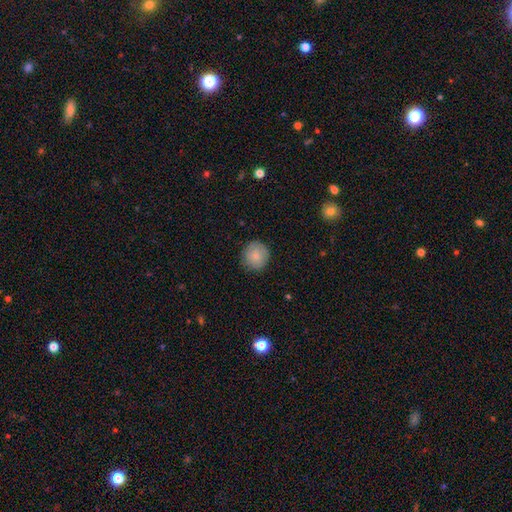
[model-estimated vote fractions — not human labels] Q: Smooth or featured?
A: smooth (84%); runner-up: featured or disk (8%)
Q: How rounded?
A: round (92%); runner-up: in between (8%)
Q: Merging?
A: none (87%); runner-up: minor disturbance (9%)